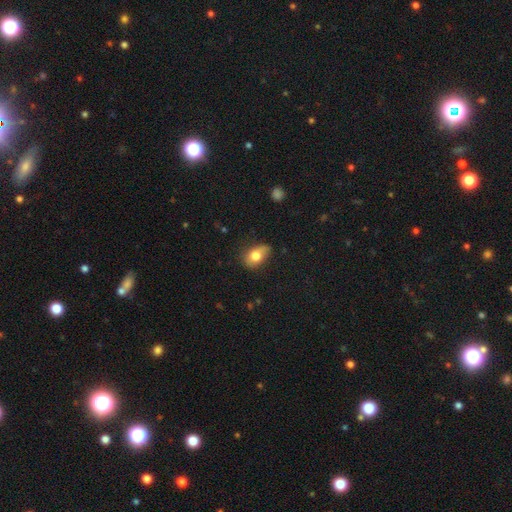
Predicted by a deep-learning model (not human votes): Overall: smooth (76%). How rounded: in between (77%). Merging: none (54%; minor disturbance 34%).